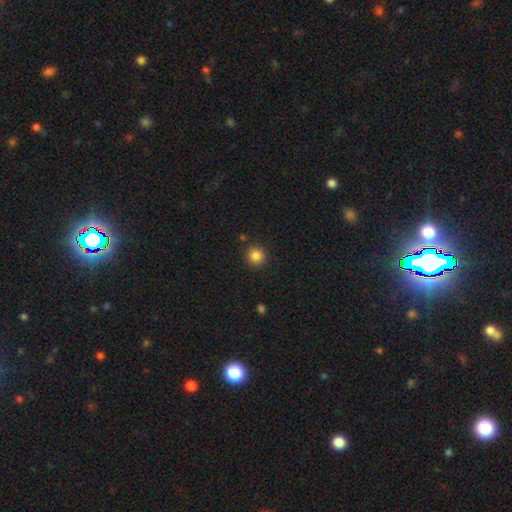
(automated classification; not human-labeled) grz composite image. It shows a smooth galaxy with no disk features (85%) that is round (92%). Merging: none (88%).